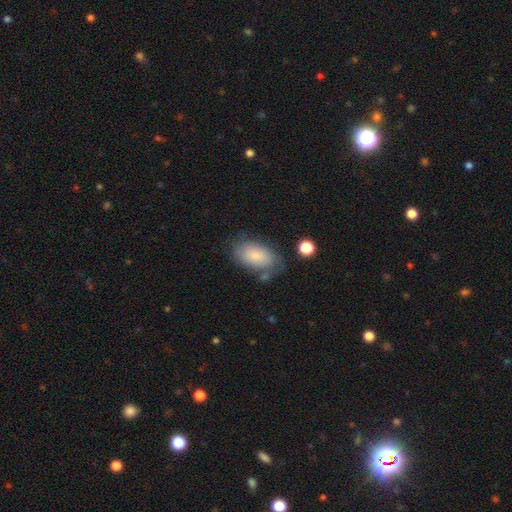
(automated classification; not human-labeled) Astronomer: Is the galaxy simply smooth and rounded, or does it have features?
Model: smooth — 78%.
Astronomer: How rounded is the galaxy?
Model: in between — 93%.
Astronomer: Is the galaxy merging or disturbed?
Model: none — 64%.